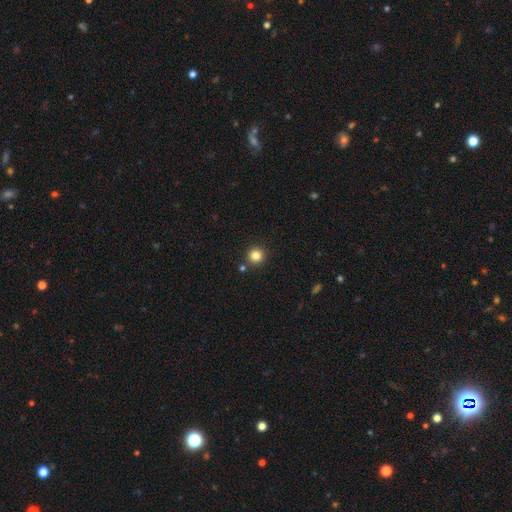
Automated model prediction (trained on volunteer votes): smooth 83%, star or artifact 12%, featured or disk 5%. Down the decision tree: how rounded — round (95%); merging — none (88%).